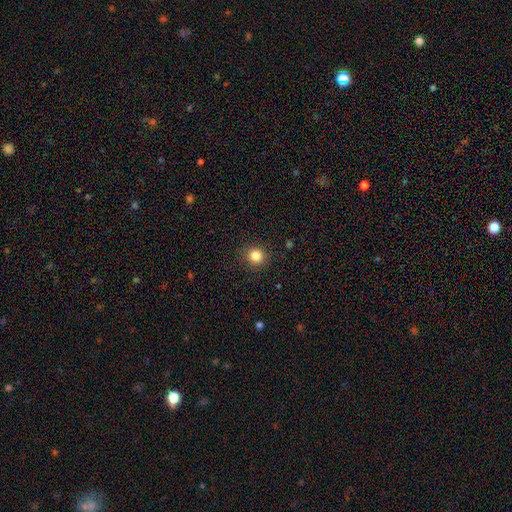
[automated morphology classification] A smooth galaxy with no disk features (83%) that is round (90%).

Vote fractions:
- Smooth or featured? smooth: 83% / star or artifact: 12% / featured or disk: 5%
- How rounded? round: 90% / in between: 9% / cigar-shaped: 1%
- Merging? none: 91% / minor disturbance: 6% / major disturbance: 2% / merger: 1%